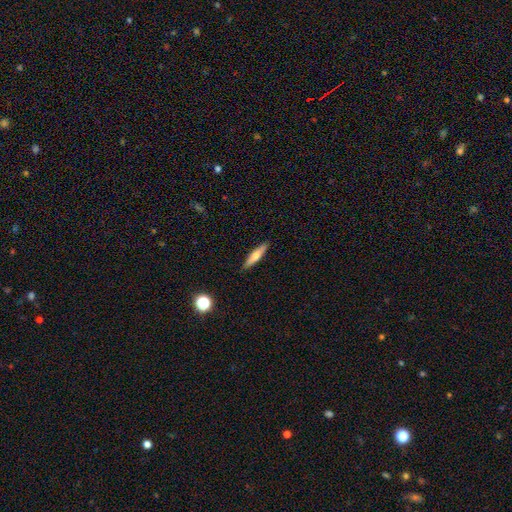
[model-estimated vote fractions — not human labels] Smooth or featured?
  - smooth: 62% *
  - featured or disk: 32%
  - star or artifact: 7%
How rounded?
  - cigar-shaped: 82% *
  - in between: 16%
  - round: 2%
Merging?
  - none: 89% *
  - minor disturbance: 8%
  - major disturbance: 2%
  - merger: 1%